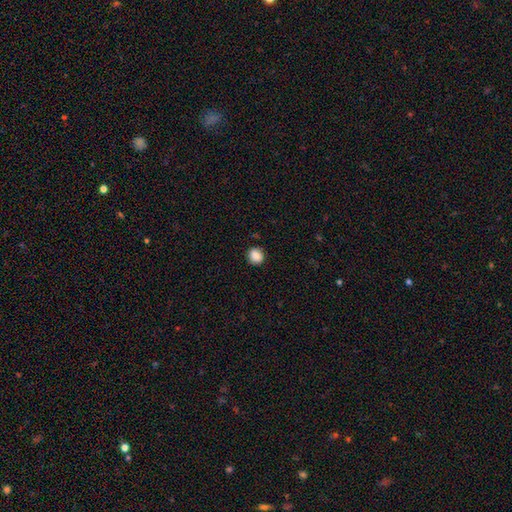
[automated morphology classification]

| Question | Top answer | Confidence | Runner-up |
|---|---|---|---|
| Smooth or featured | smooth | 88% | star or artifact (9%) |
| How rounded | round | 76% | in between (23%) |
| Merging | none | 87% | minor disturbance (9%) |